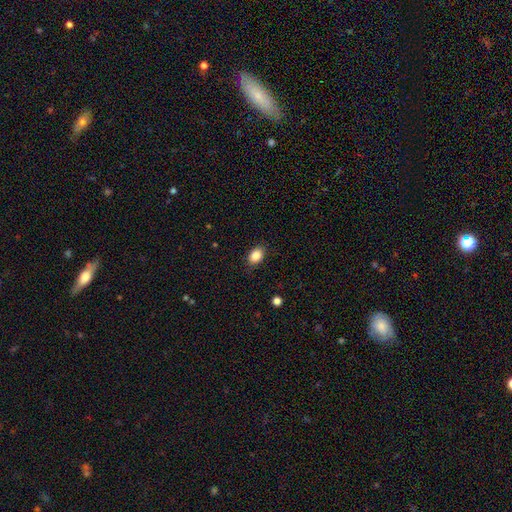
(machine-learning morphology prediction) Smooth or featured: smooth — 86% (star or artifact — 9%)
How rounded: in between — 75% (round — 24%)
Merging: none — 86% (minor disturbance — 11%)